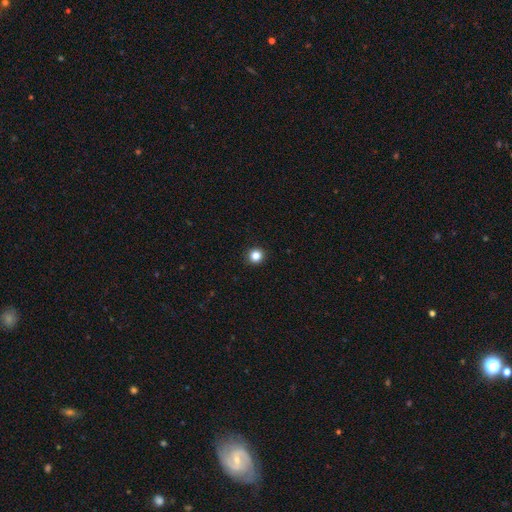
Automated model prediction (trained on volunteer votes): Smooth or featured: smooth — 84% (star or artifact — 12%)
How rounded: round — 93% (in between — 6%)
Merging: none — 93% (minor disturbance — 5%)